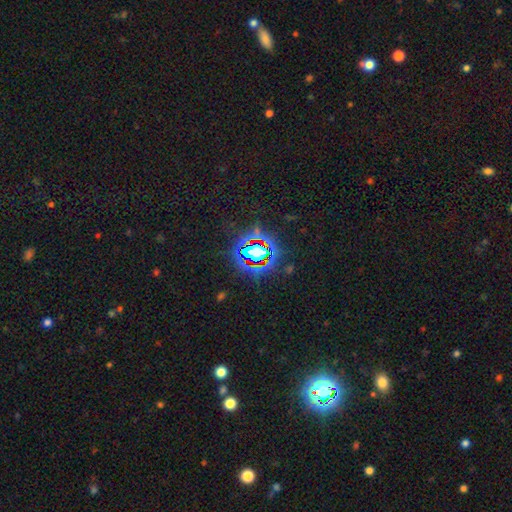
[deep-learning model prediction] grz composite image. It shows a star or artifact, not a galaxy (78%).